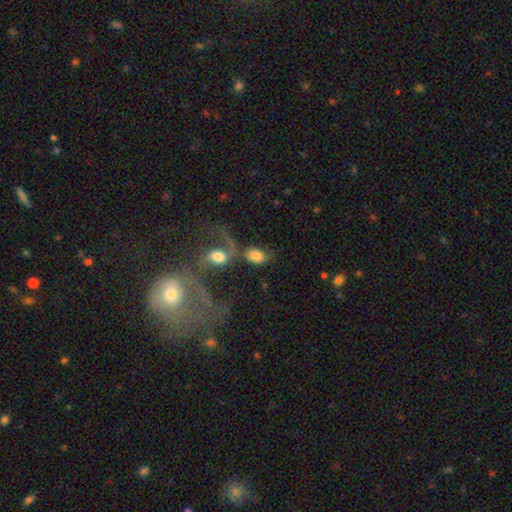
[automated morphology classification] Smooth or featured? Predicted: smooth (p=0.70). How rounded? Predicted: in between (p=0.83). Merging? Predicted: merger (p=0.39).